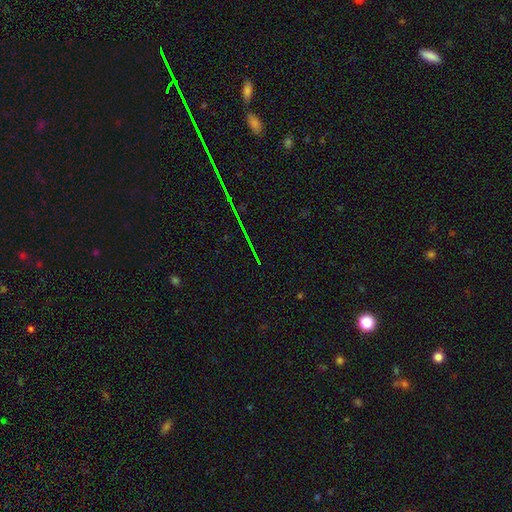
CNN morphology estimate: type=star or artifact (81%).